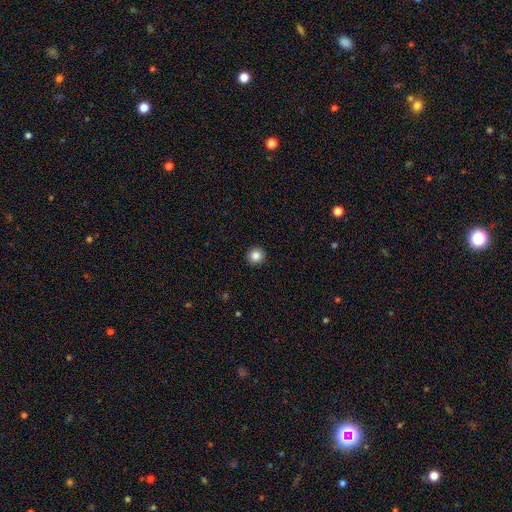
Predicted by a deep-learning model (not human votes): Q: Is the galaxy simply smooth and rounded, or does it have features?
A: smooth — 86%.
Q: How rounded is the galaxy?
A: round — 93%.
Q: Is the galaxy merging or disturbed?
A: none — 93%.